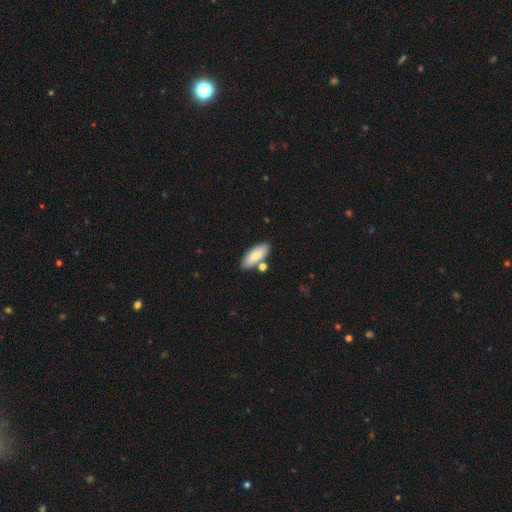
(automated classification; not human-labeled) Smooth or featured? Predicted: smooth (p=0.77). How rounded? Predicted: in between (p=0.77). Merging? Predicted: none (p=0.75).